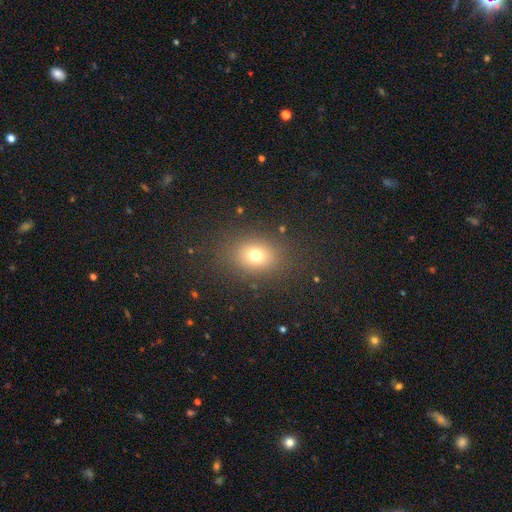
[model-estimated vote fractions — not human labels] Q: Smooth or featured?
A: smooth (74%); runner-up: star or artifact (16%)
Q: How rounded?
A: round (52%); runner-up: in between (47%)
Q: Merging?
A: none (84%); runner-up: minor disturbance (10%)